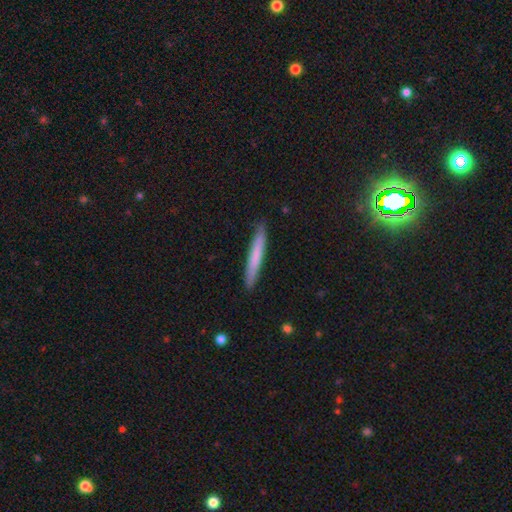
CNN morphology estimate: A smooth galaxy with no disk features (70%) that is cigar-shaped (96%). Merging: none (90%).